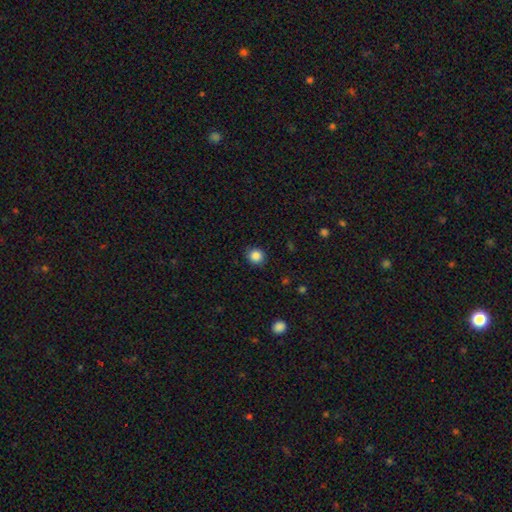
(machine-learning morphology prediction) The model was most divided on "how rounded": round: 87%, in between: 12%, cigar-shaped: 1%. More confident: merging — none (88%); smooth or featured — smooth (86%).